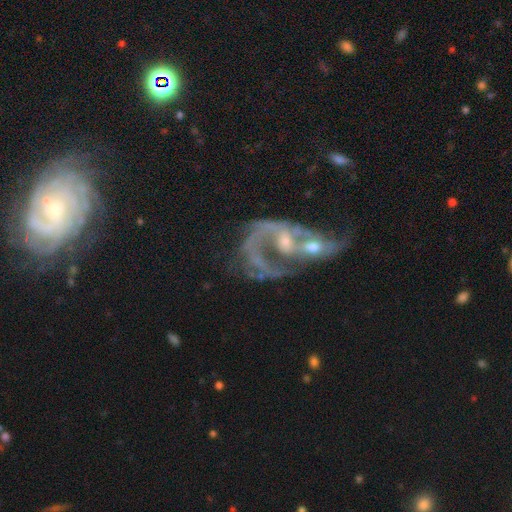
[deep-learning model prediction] smooth-or-featured: featured or disk: 79% | smooth: 11% | star or artifact: 10%
  disk-edge-on: no: 96% | yes: 4%
    bar: no: 60% | weak: 29% | strong: 11%
    has-spiral-arms: yes: 74% | no: 26%
      spiral-winding: loose: 44% | medium: 36% | tight: 20%
      spiral-arm-count: 2: 43% | 1: 31% | can't tell: 18% | 3: 3% | 4: 2% | more than 4: 2%
    bulge-size: moderate: 43% | small: 37% | none: 14% | large: 4% | dominant: 2%
  merging: merger: 69% | major disturbance: 15% | none: 10% | minor disturbance: 6%